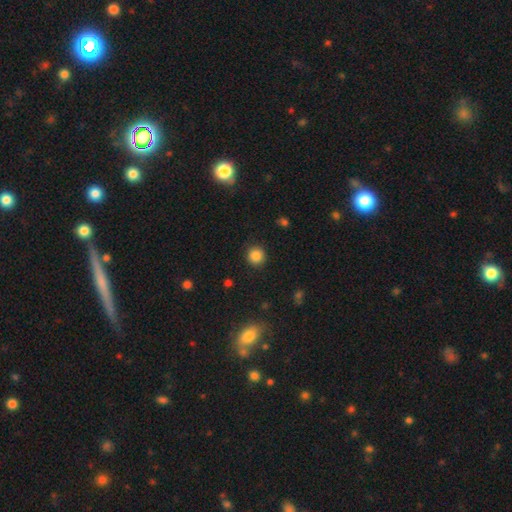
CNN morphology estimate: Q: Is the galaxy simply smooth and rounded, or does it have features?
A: smooth — 85%.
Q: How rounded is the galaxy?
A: round — 93%.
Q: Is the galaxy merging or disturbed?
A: none — 90%.